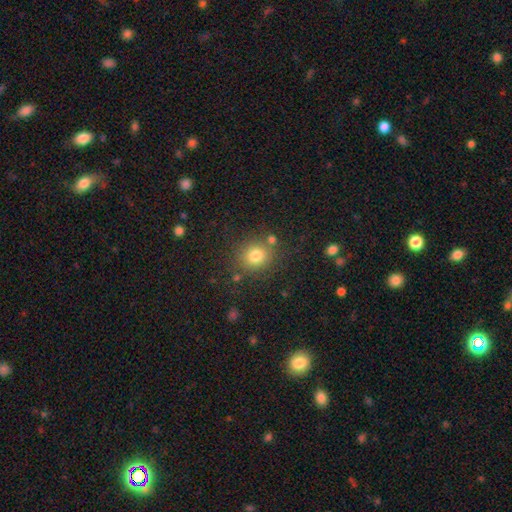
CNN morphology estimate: Q: Smooth or featured?
A: smooth (78%); runner-up: star or artifact (13%)
Q: How rounded?
A: round (82%); runner-up: in between (17%)
Q: Merging?
A: none (78%); runner-up: minor disturbance (10%)